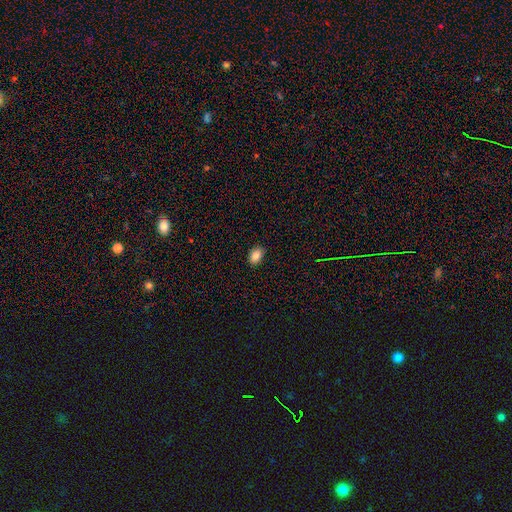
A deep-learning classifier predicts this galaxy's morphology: Overall: smooth (85%). How rounded: in between (83%). Merging: none (89%).